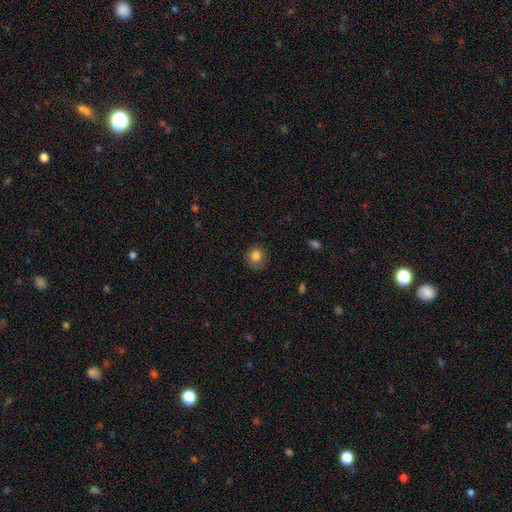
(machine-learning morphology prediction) Overall: smooth (83%). How rounded: round (79%). Merging: none (76%).